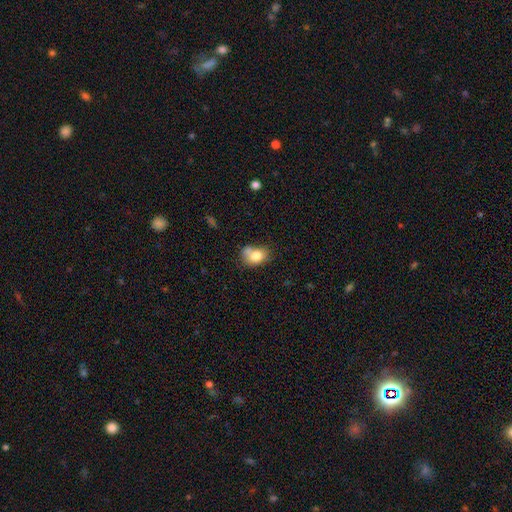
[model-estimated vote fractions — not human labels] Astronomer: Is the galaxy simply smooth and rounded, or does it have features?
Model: smooth — 77%.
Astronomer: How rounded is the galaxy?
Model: in between — 68%.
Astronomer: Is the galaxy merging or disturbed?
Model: none — 40% (runner-up: merger, 28%).